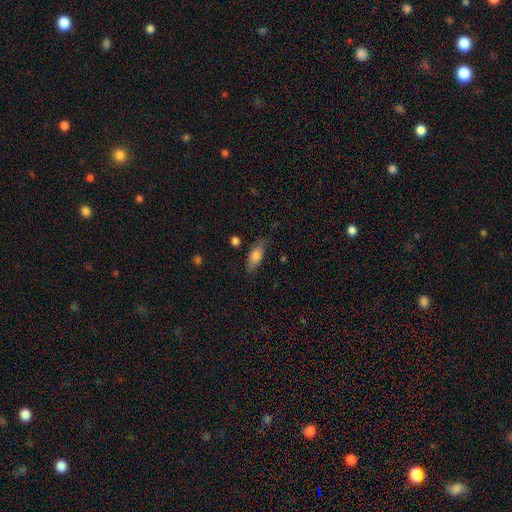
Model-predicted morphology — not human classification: smooth 74%, featured or disk 19%, star or artifact 7%. Down the decision tree: how rounded — in between (74%); merging — none (72%).